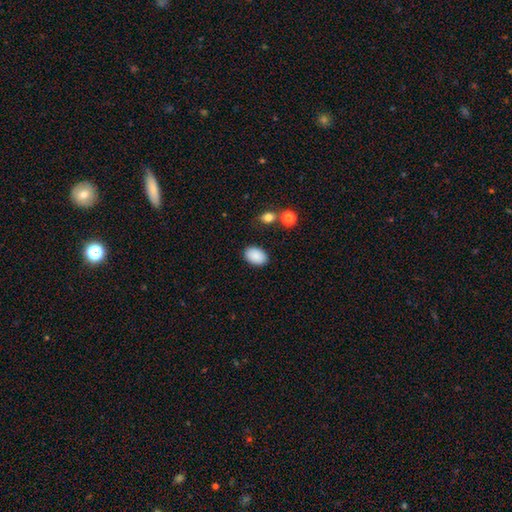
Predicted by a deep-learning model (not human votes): Smooth or featured: smooth — 89% (star or artifact — 7%)
How rounded: in between — 88% (round — 11%)
Merging: none — 87% (minor disturbance — 9%)